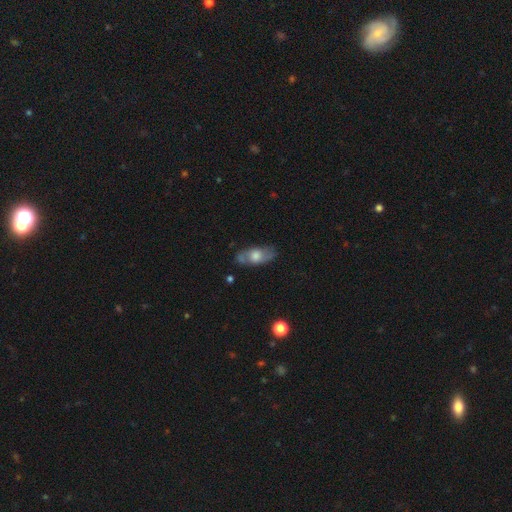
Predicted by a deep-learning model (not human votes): Smooth or featured: smooth — 50% (featured or disk — 43%)
How rounded: in between — 81% (cigar-shaped — 13%)
Merging: none — 71% (minor disturbance — 20%)